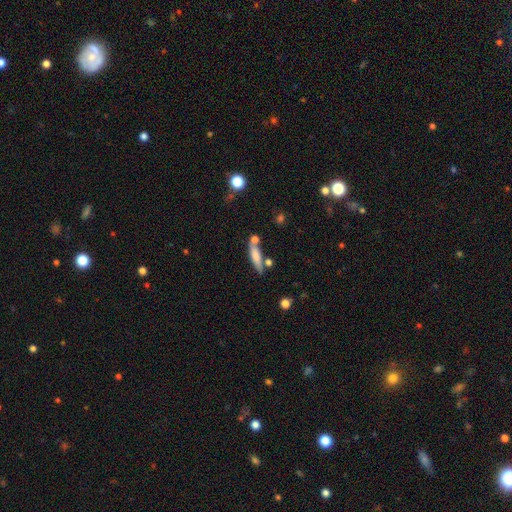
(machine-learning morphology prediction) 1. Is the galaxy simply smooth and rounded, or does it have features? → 70% smooth, 22% featured or disk, 8% star or artifact.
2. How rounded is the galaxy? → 71% cigar-shaped, 27% in between, 2% round.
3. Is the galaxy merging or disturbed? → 60% none, 17% minor disturbance, 17% merger, 5% major disturbance.